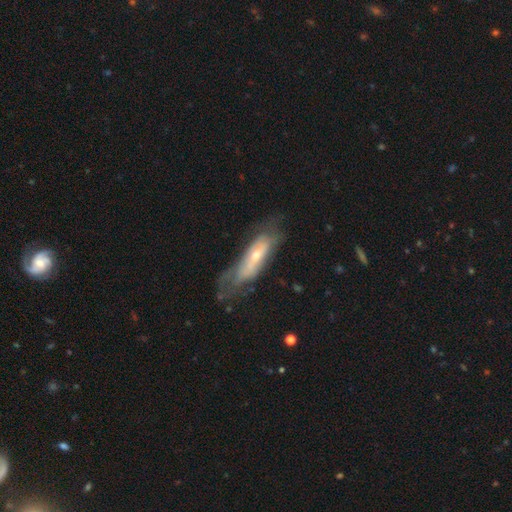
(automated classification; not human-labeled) This appears to be a featured or disk galaxy (59%). Merging: none (45%).